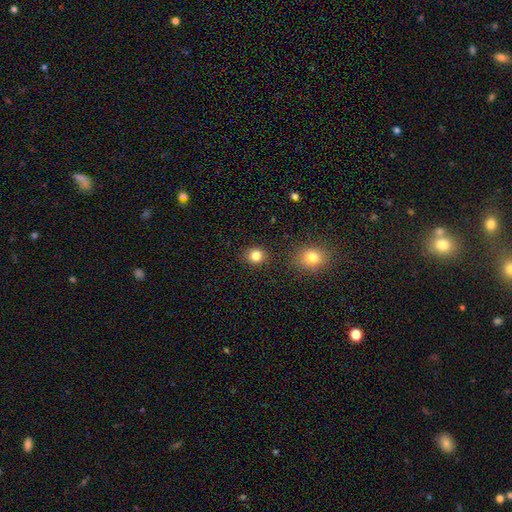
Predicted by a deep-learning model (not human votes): A smooth galaxy with no disk features (83%) that is round (79%). Merging: none (88%).